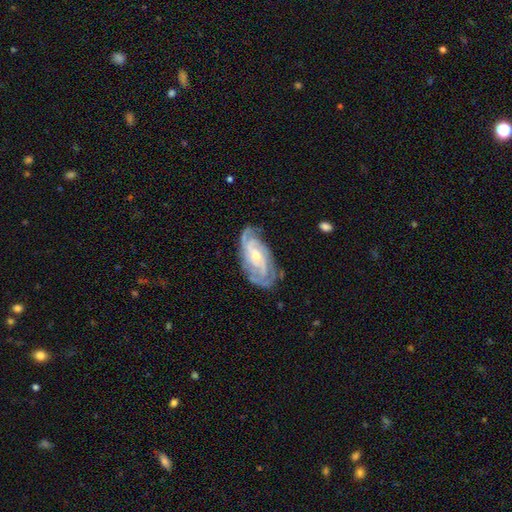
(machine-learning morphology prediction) Q: Smooth or featured?
A: featured or disk (88%); runner-up: smooth (7%)
Q: Edge-on disk?
A: no (95%); runner-up: yes (5%)
Q: Bar?
A: no (50%); runner-up: weak (37%)
Q: Spiral arms?
A: yes (97%); runner-up: no (3%)
Q: Spiral winding?
A: tight (61%); runner-up: medium (32%)
Q: Spiral arm count?
A: 3 (29%); runner-up: can't tell (22%)
Q: Bulge size?
A: small (52%); runner-up: moderate (45%)
Q: Merging?
A: none (74%); runner-up: minor disturbance (19%)